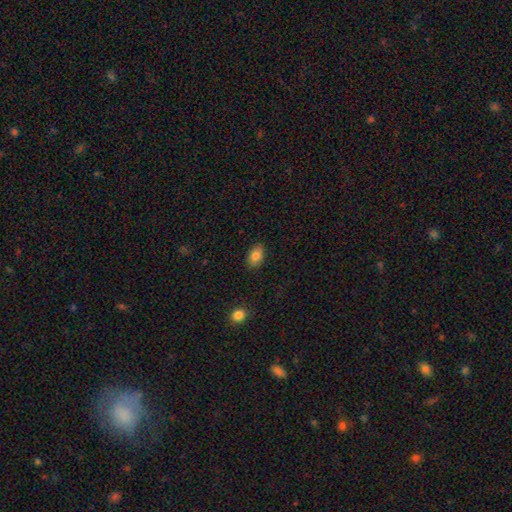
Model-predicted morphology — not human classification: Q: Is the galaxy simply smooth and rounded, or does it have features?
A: smooth — 83%.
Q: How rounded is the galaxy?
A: in between — 86%.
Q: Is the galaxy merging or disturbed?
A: none — 87%.